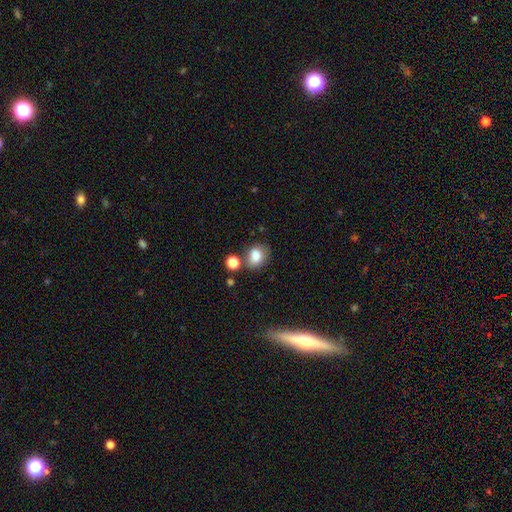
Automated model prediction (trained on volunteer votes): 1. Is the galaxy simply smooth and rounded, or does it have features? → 81% smooth, 10% star or artifact, 8% featured or disk.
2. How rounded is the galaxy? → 56% in between, 43% round, 1% cigar-shaped.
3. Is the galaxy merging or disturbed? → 65% none, 16% minor disturbance, 15% merger, 5% major disturbance.